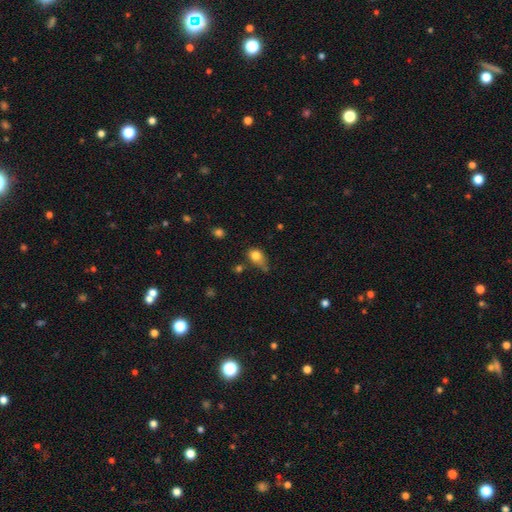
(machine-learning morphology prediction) smooth 79%, star or artifact 11%, featured or disk 10%. Down the decision tree: how rounded — in between (61%); merging — none (38%).